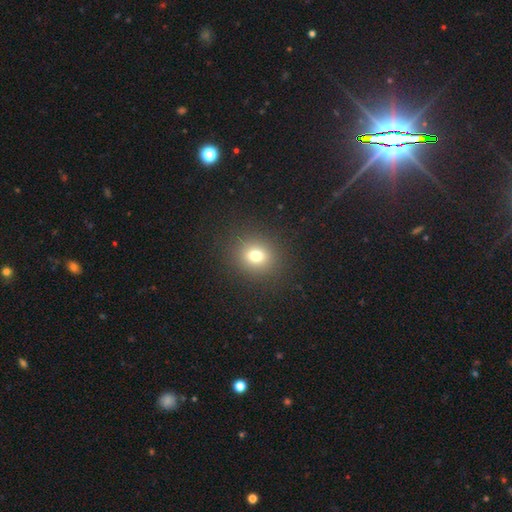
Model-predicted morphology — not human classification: Smooth or featured? smooth (75%)
How rounded? round (78%)
Merging? none (90%)